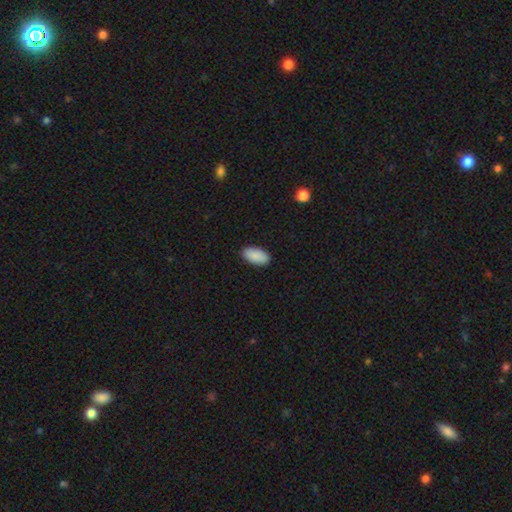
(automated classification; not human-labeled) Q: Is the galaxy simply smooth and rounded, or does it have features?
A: smooth — 90%.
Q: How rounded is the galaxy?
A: in between — 95%.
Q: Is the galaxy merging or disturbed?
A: none — 89%.